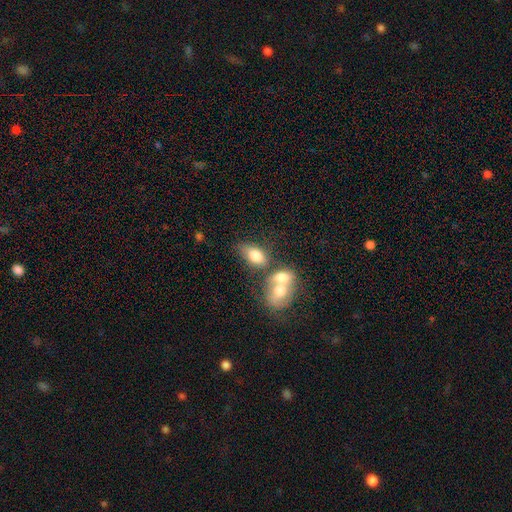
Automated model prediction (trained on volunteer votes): Smooth or featured? smooth (76%)
How rounded? in between (84%)
Merging? merger (41%)